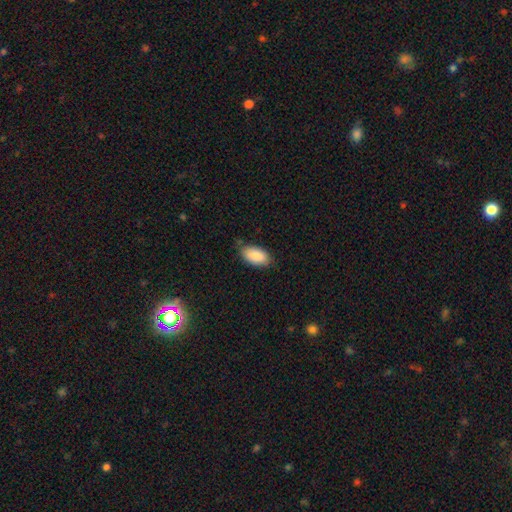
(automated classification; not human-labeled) smooth 88%, star or artifact 6%, featured or disk 6%. Down the decision tree: how rounded — in between (94%); merging — none (76%).